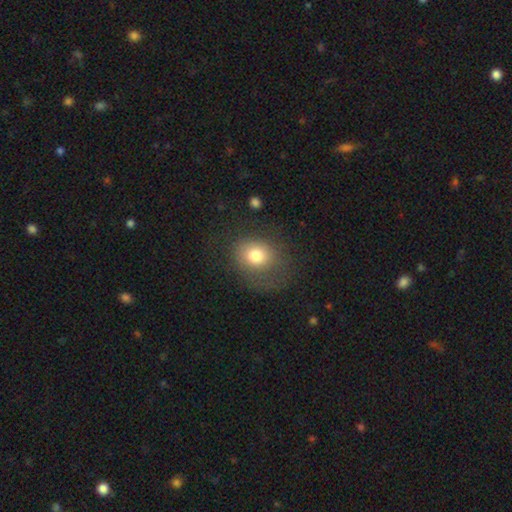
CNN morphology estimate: Smooth or featured? Predicted: smooth (p=0.75). How rounded? Predicted: round (p=0.58). Merging? Predicted: none (p=0.59).